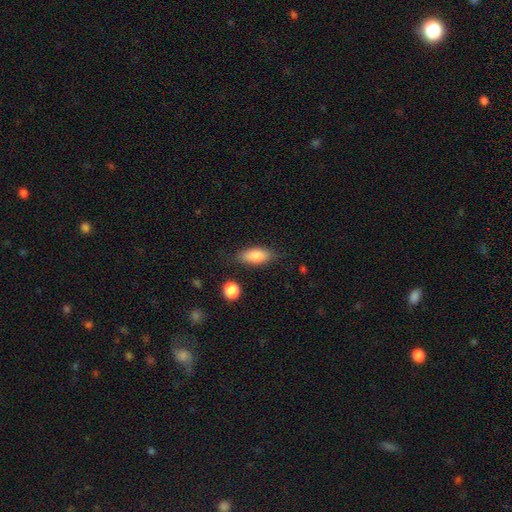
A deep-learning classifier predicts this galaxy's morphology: Q: Smooth or featured?
A: smooth (84%); runner-up: featured or disk (9%)
Q: How rounded?
A: in between (82%); runner-up: cigar-shaped (15%)
Q: Merging?
A: none (79%); runner-up: minor disturbance (15%)